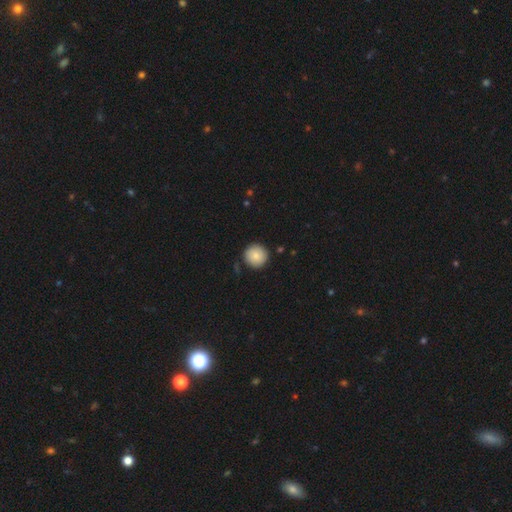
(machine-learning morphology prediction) type=smooth (86%); roundness=round (95%); merging=none (88%).